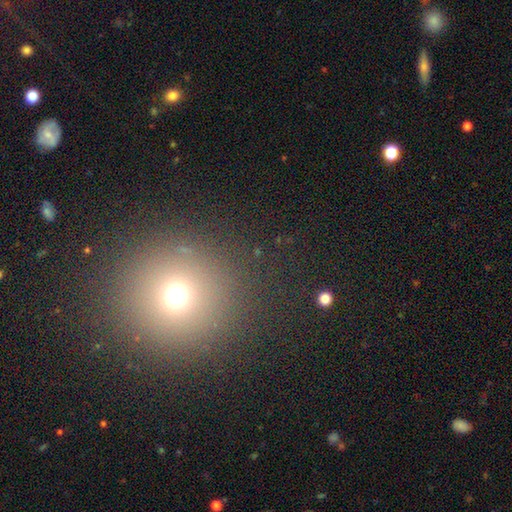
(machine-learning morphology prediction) Smooth or featured? smooth (61%)
How rounded? round (91%)
Merging? none (90%)